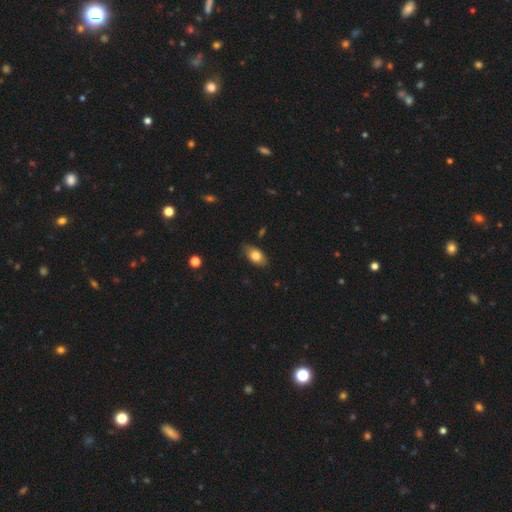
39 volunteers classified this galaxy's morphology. Smooth or featured? smooth (69%)
How rounded? in between (93%)
Merging? none (83%)